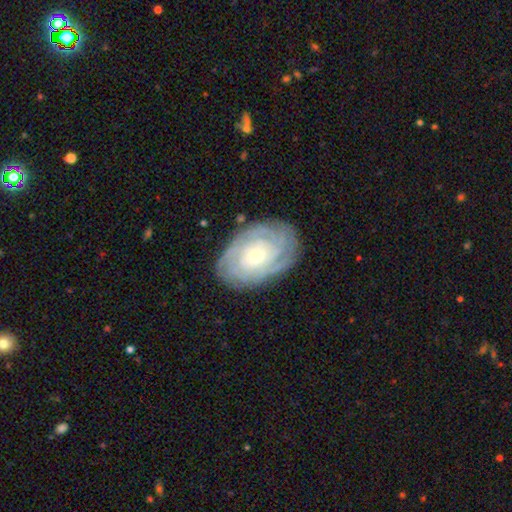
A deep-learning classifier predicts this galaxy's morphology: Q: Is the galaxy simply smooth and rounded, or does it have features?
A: featured or disk — 81%.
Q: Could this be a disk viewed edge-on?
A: no — 96%.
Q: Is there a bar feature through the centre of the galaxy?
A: no — 76%.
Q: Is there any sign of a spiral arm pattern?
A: yes — 94%.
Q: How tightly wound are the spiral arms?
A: tight — 81%.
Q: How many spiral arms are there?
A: can't tell — 42%.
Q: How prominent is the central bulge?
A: small — 71%.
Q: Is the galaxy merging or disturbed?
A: none — 81%.